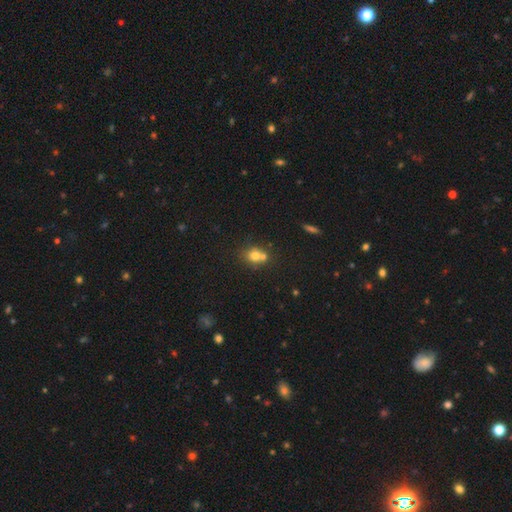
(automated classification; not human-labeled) A smooth galaxy with no disk features (73%) that is round (71%). Merging: none (45%).